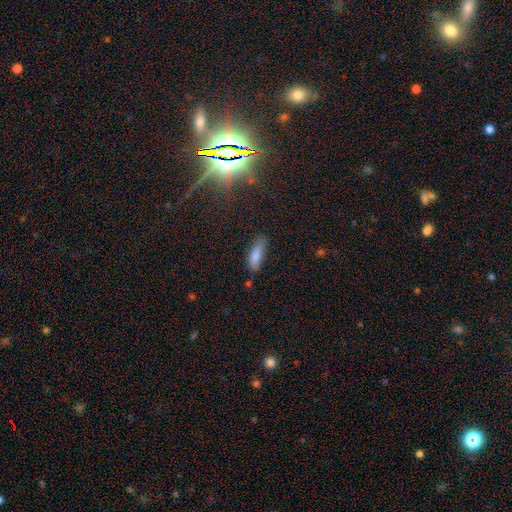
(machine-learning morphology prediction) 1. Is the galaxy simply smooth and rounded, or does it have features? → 82% smooth, 10% featured or disk, 8% star or artifact.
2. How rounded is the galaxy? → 54% in between, 44% cigar-shaped, 2% round.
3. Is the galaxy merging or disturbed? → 64% none, 26% minor disturbance, 6% major disturbance, 4% merger.